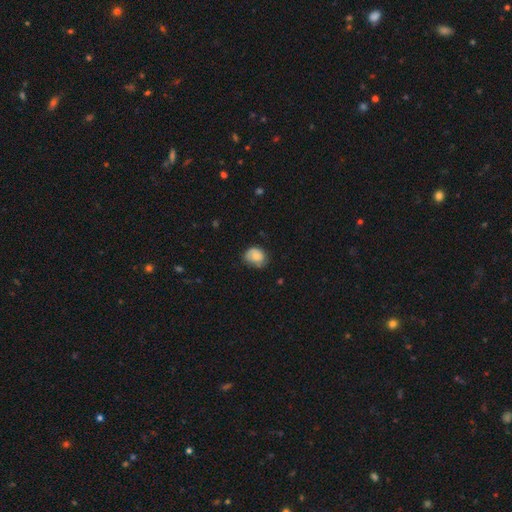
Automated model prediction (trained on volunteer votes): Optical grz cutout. It shows a smooth galaxy with no disk features (66%) that is round (54%). Merging: none (60%).